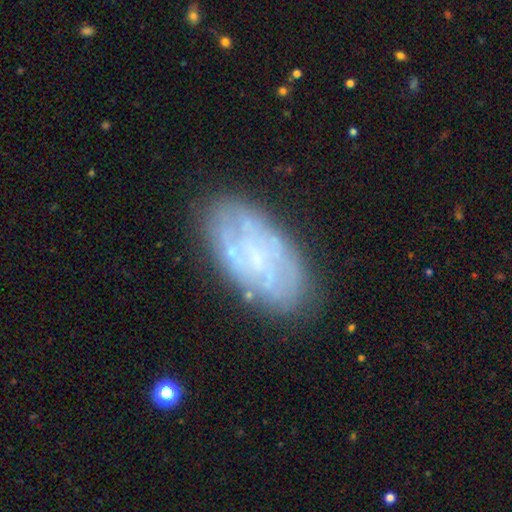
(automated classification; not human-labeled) Smooth or featured?
  - featured or disk: 61% *
  - smooth: 30%
  - star or artifact: 9%
Edge-on disk?
  - no: 94% *
  - yes: 6%
Bar?
  - no: 72% *
  - weak: 21%
  - strong: 7%
Spiral arms?
  - no: 52% *
  - yes: 48%
Bulge size?
  - none: 49% *
  - small: 39%
  - moderate: 9%
  - large: 2%
  - dominant: 1%
Merging?
  - none: 74% *
  - minor disturbance: 17%
  - major disturbance: 7%
  - merger: 3%